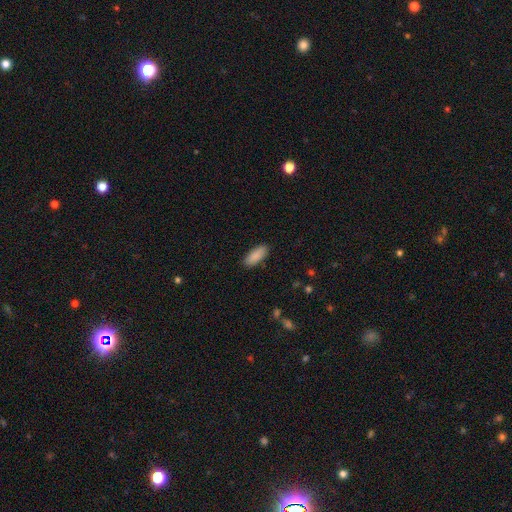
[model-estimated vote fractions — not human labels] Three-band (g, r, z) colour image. It shows a smooth galaxy with no disk features (90%) that is in between round and cigar-shaped (80%). Merging: none (88%).